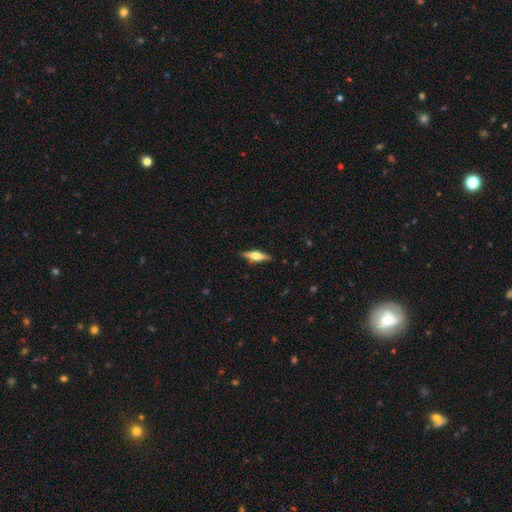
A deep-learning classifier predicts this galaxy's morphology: Smooth or featured? featured or disk (63%)
Edge-on disk? yes (97%)
Edge-on bulge? rounded (90%)
Merging? none (89%)